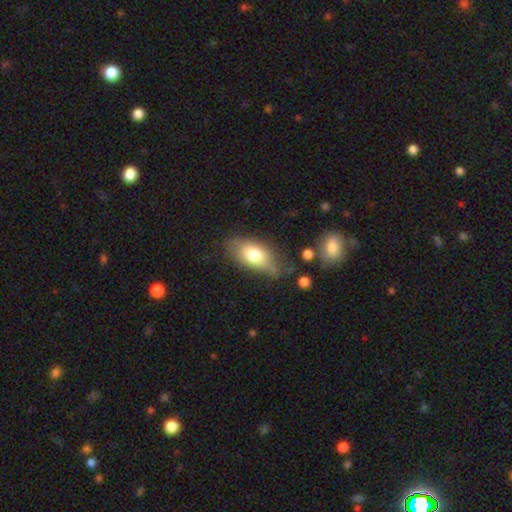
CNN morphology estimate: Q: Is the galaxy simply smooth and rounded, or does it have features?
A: smooth — 71%.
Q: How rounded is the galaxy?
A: in between — 86%.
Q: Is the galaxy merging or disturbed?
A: none — 64%.